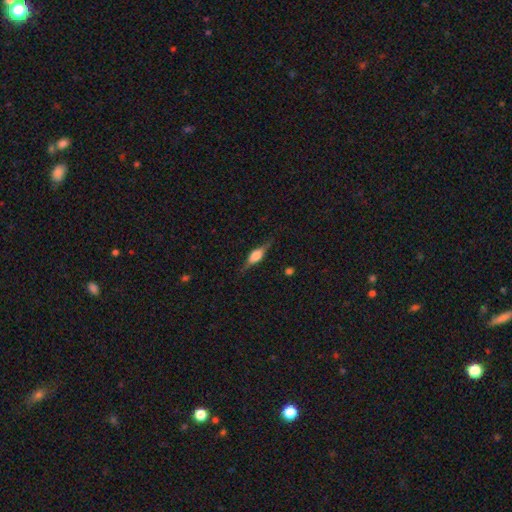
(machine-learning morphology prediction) The model was most divided on "smooth or featured": featured or disk: 66%, smooth: 26%, star or artifact: 8%. More confident: edge-on disk — yes (96%); merging — none (82%); edge-on bulge — rounded (81%).